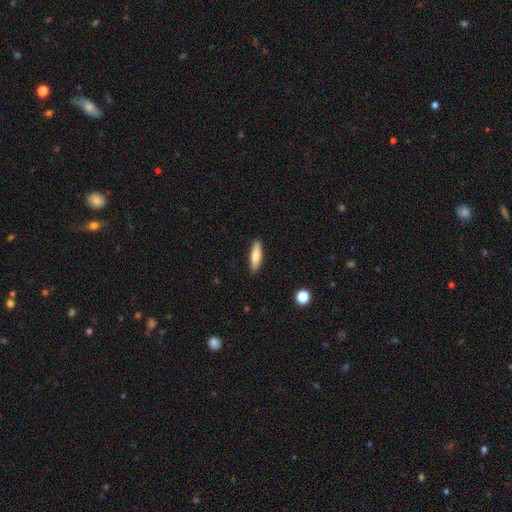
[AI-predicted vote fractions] Morphology: type=smooth (77%); roundness=cigar-shaped (57%); merging=none (89%).